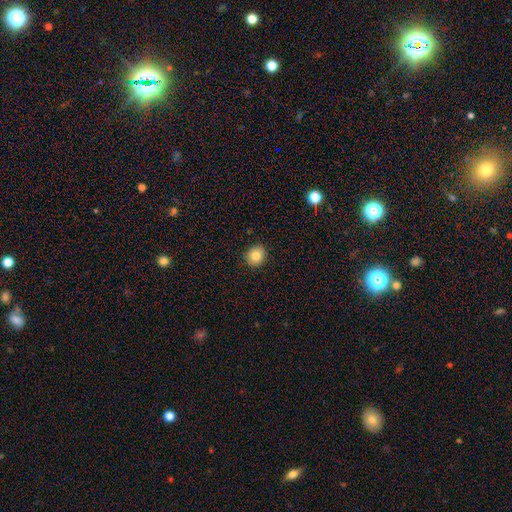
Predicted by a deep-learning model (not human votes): Q: Smooth or featured?
A: smooth (83%); runner-up: star or artifact (10%)
Q: How rounded?
A: round (78%); runner-up: in between (21%)
Q: Merging?
A: none (91%); runner-up: minor disturbance (7%)